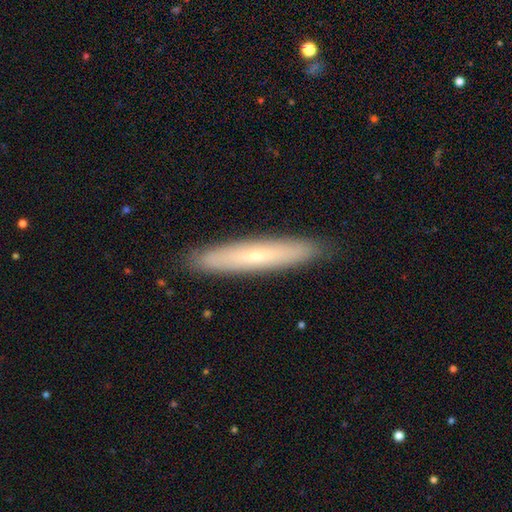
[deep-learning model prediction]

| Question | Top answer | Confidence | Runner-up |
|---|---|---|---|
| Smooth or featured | smooth | 47% | featured or disk (46%) |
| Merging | none | 90% | minor disturbance (7%) |